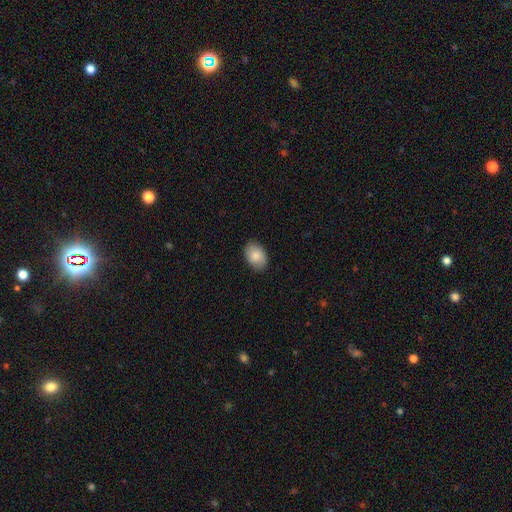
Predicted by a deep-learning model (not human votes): Smooth or featured: smooth — 85% (featured or disk — 8%)
How rounded: in between — 82% (round — 17%)
Merging: none — 88% (minor disturbance — 9%)